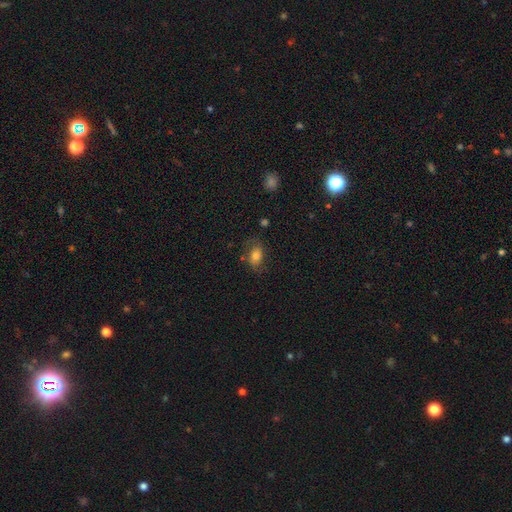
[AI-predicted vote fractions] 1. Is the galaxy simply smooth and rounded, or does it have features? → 64% smooth, 26% featured or disk, 10% star or artifact.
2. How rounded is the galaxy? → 80% in between, 19% round, 2% cigar-shaped.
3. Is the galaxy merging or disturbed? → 63% none, 22% minor disturbance, 12% major disturbance, 3% merger.